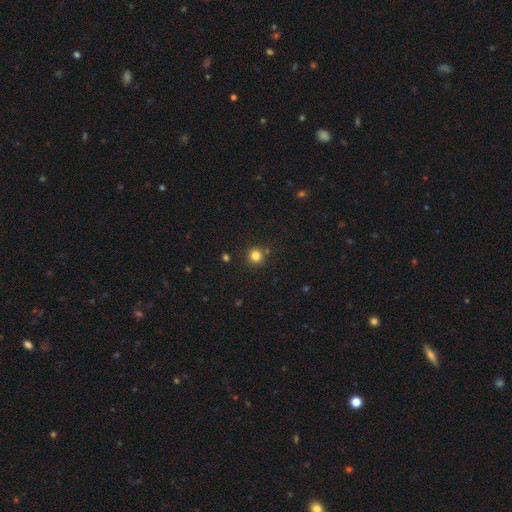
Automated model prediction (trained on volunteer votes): Morphology: type=smooth (81%); roundness=round (93%); merging=none (85%).